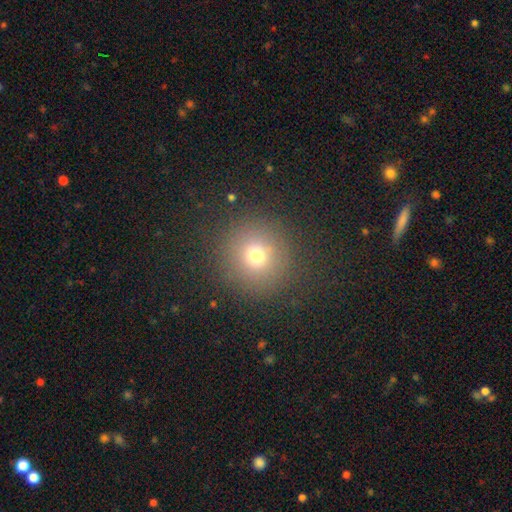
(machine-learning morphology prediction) smooth 71%, star or artifact 18%, featured or disk 10%. Down the decision tree: how rounded — round (94%); merging — none (87%).